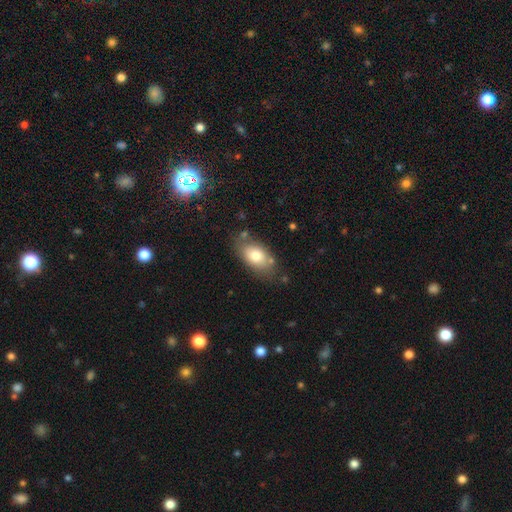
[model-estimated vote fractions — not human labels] This is likely a smooth galaxy (76%). How rounded: clearly in between (90%). Merging: likely none (72%).